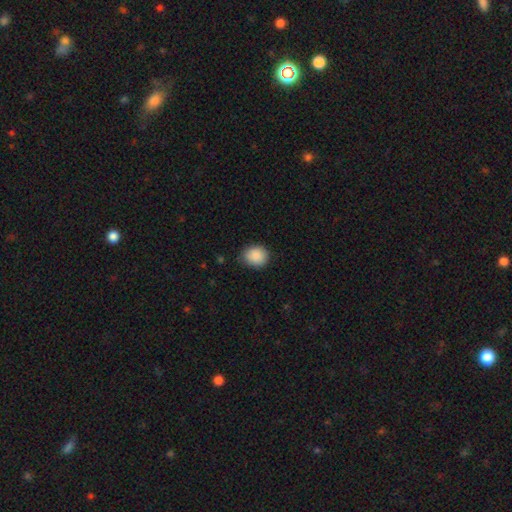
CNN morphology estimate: smooth-or-featured: smooth: 89% | star or artifact: 8% | featured or disk: 3%
  how-rounded: round: 69% | in between: 30% | cigar-shaped: 1%
  merging: none: 81% | minor disturbance: 15% | major disturbance: 3% | merger: 1%